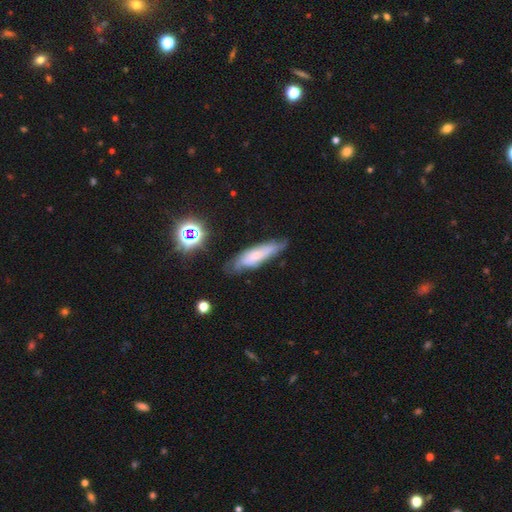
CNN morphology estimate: smooth_or_featured: smooth (p=0.46) [alt: featured or disk p=0.44]
merging: none (p=0.65) [alt: minor disturbance p=0.26]